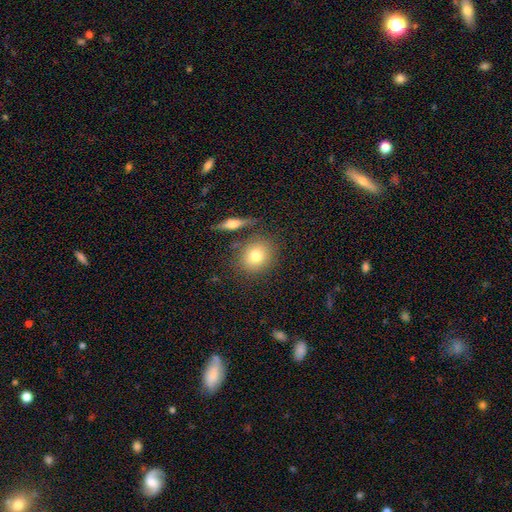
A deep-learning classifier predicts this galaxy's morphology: This appears to be a smooth galaxy with no disk features (76%) that is round (73%). Merging: none (76%).